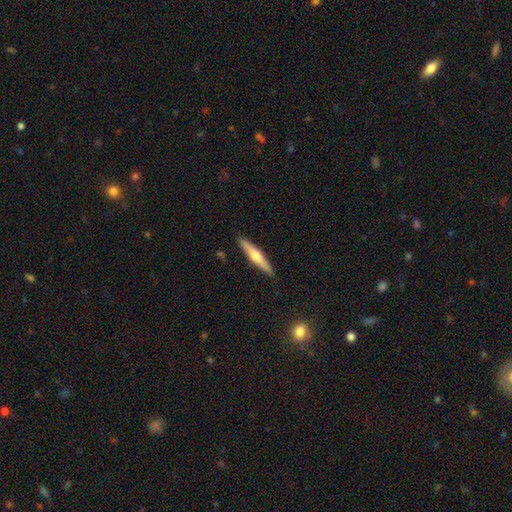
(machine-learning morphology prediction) This appears to be a featured or disk galaxy (54%) viewed edge-on (95%) with a rounded central bulge (90%). Merging: none (90%).